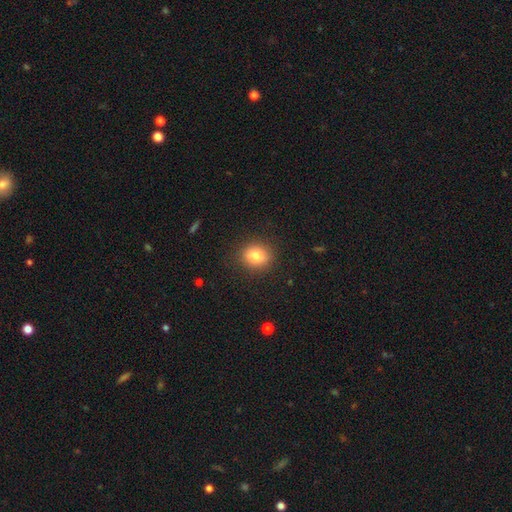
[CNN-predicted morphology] This appears to be a smooth galaxy with no disk features (82%) that is round (62%). Merging: none (86%).